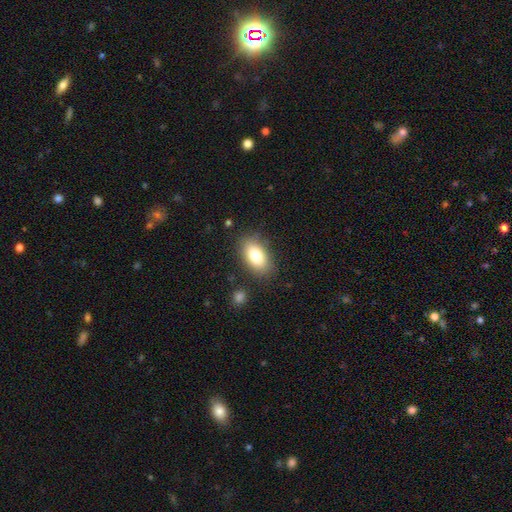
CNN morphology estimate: smooth_or_featured: smooth (p=0.82) [alt: featured or disk p=0.11]
how_rounded: in between (p=0.92) [alt: round p=0.05]
merging: none (p=0.83) [alt: minor disturbance p=0.11]